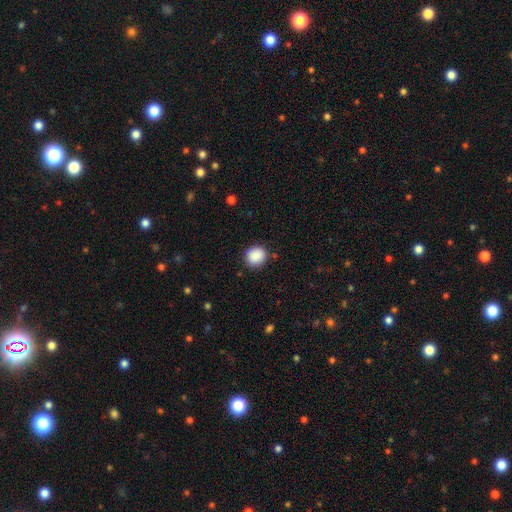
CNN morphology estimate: A smooth galaxy with no disk features (89%) that is round (81%). Merging: none (88%).